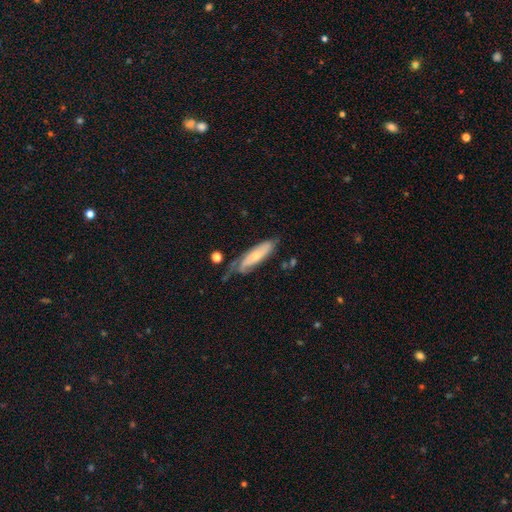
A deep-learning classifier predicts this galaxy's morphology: Smooth or featured: featured or disk — 57% (smooth — 38%)
Edge-on disk: no — 70% (yes — 30%)
Merging: none — 51% (minor disturbance — 30%)